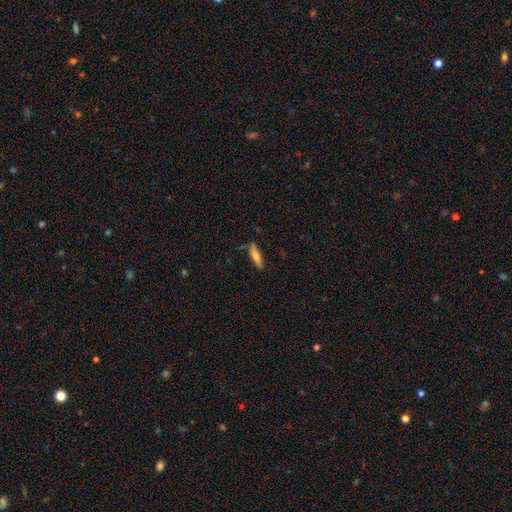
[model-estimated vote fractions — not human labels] Smooth or featured: smooth — 61% (featured or disk — 32%)
How rounded: cigar-shaped — 73% (in between — 25%)
Merging: none — 79% (minor disturbance — 16%)